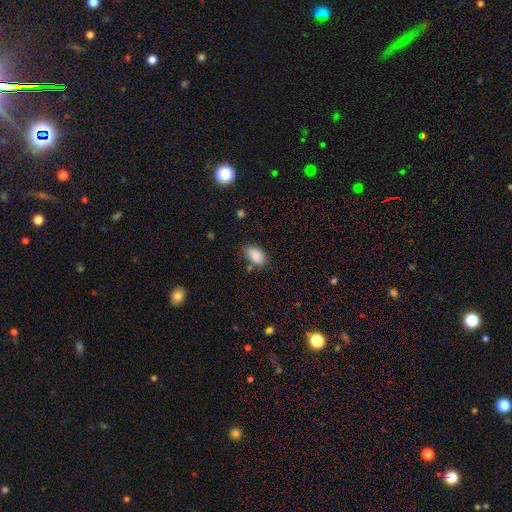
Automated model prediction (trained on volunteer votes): Q: Smooth or featured?
A: smooth (87%); runner-up: star or artifact (8%)
Q: How rounded?
A: in between (90%); runner-up: round (9%)
Q: Merging?
A: none (71%); runner-up: minor disturbance (20%)